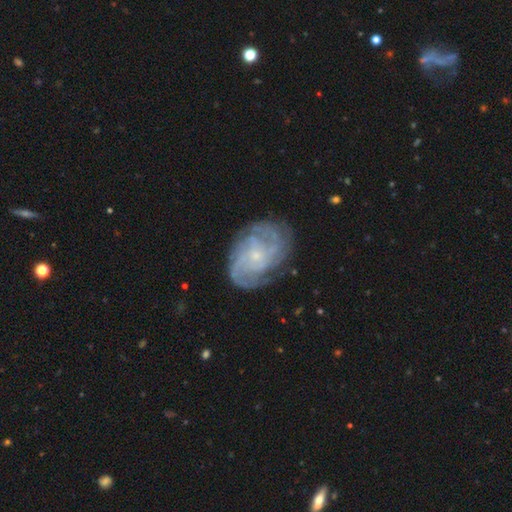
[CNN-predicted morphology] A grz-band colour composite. It shows a featured or disk galaxy (83%) with no bar (70%), tight (58%) spiral arms (96%) and a small central bulge (81%). Merging: none (77%).